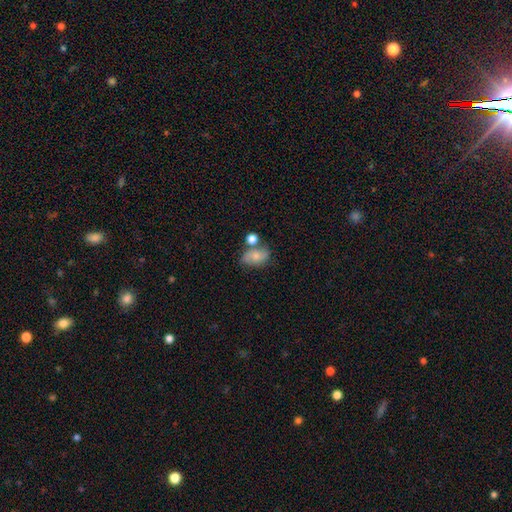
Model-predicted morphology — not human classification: This is possibly a smooth galaxy (55%). How rounded: likely in between (75%). Merging: marginally none (45%).